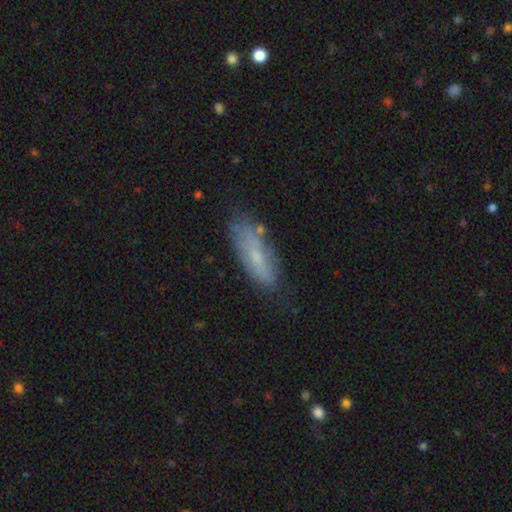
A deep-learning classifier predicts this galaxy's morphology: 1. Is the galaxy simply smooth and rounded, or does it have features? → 58% smooth, 34% featured or disk, 8% star or artifact.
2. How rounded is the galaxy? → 54% in between, 44% cigar-shaped, 2% round.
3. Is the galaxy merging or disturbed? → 67% none, 23% minor disturbance, 6% major disturbance, 4% merger.